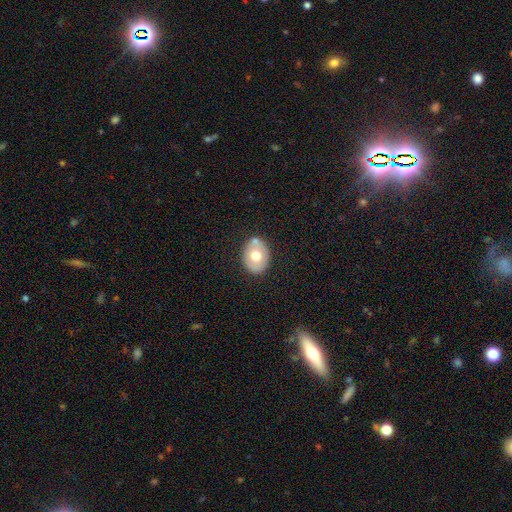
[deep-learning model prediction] Smooth or featured? smooth (63%)
How rounded? in between (60%)
Merging? none (71%)